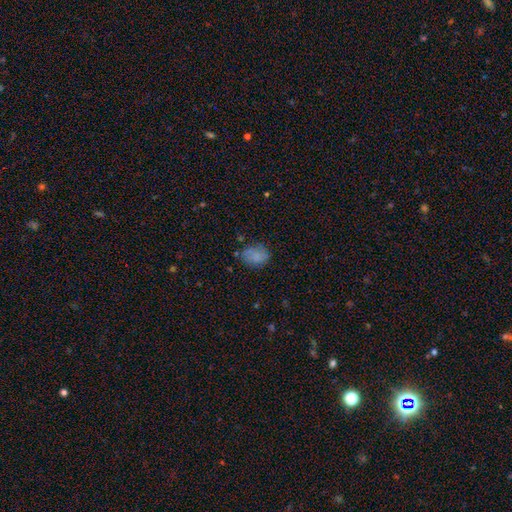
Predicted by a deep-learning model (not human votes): A smooth galaxy with no disk features (74%) that is in between round and cigar-shaped (66%).

Vote fractions:
- Smooth or featured? smooth: 74% / featured or disk: 15% / star or artifact: 12%
- How rounded? in between: 66% / round: 33% / cigar-shaped: 1%
- Merging? none: 65% / minor disturbance: 24% / major disturbance: 8% / merger: 3%